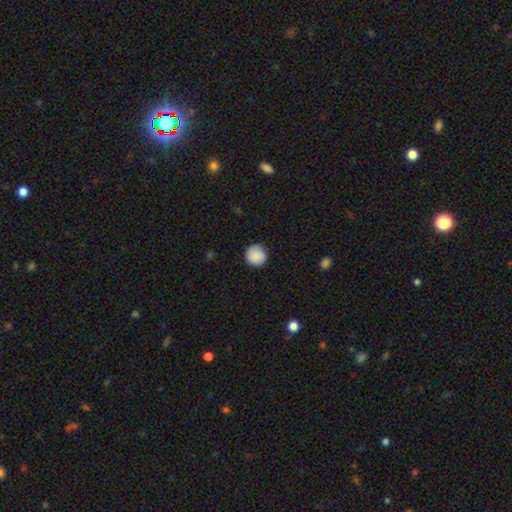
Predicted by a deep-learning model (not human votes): Smooth or featured?
  - smooth: 87% *
  - star or artifact: 7%
  - featured or disk: 6%
How rounded?
  - round: 94% *
  - in between: 5%
  - cigar-shaped: 1%
Merging?
  - none: 86% *
  - minor disturbance: 10%
  - major disturbance: 3%
  - merger: 1%